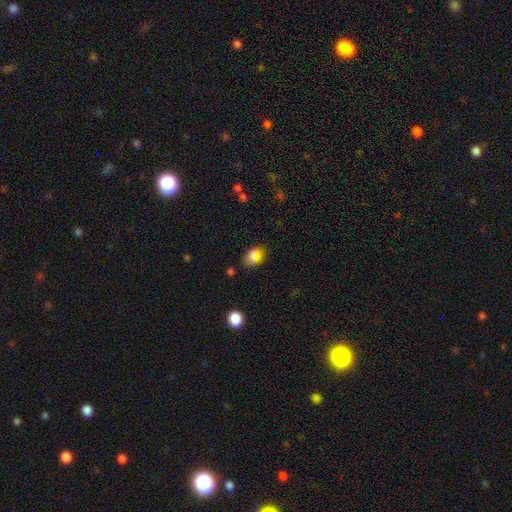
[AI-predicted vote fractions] The model was most divided on "smooth or featured": smooth: 76%, featured or disk: 12%, star or artifact: 12%. More confident: how rounded — in between (81%); merging — none (78%).